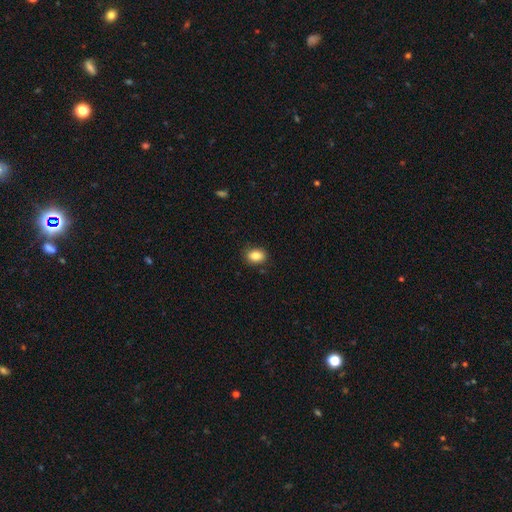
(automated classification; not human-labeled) Smooth or featured?
  - smooth: 87% *
  - star or artifact: 9%
  - featured or disk: 5%
How rounded?
  - in between: 73% *
  - round: 26%
  - cigar-shaped: 1%
Merging?
  - none: 85% *
  - minor disturbance: 11%
  - major disturbance: 3%
  - merger: 1%